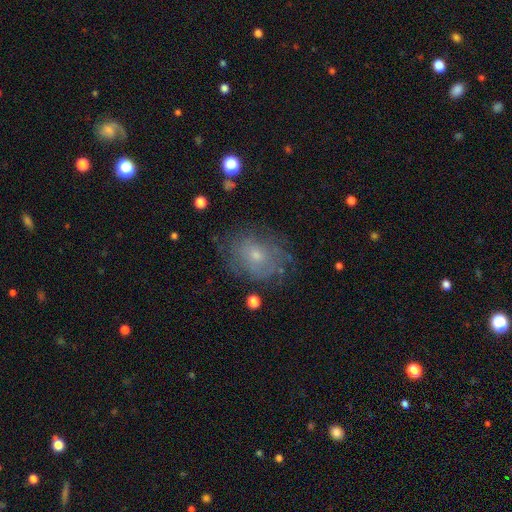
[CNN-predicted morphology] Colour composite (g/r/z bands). It shows a featured or disk galaxy (46%). Merging: none (65%).